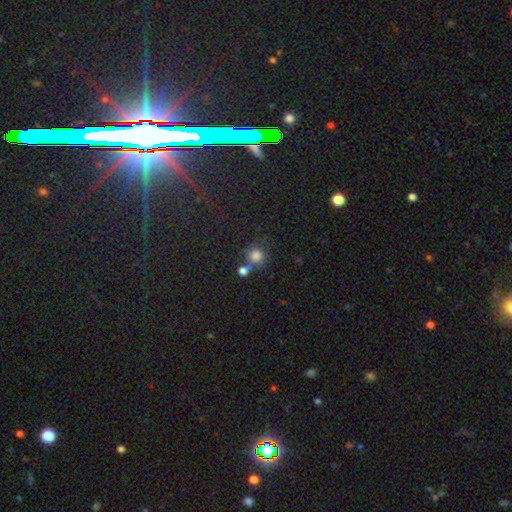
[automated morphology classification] Overall: smooth (79%). How rounded: round (90%). Merging: none (58%; merger 26%).